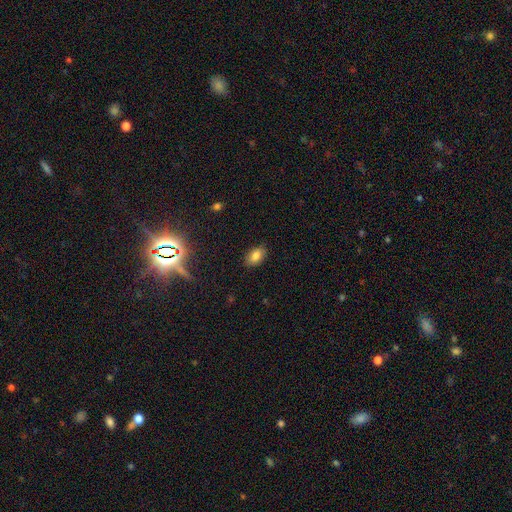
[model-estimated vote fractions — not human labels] Smooth or featured: smooth — 81% (star or artifact — 10%)
How rounded: in between — 90% (round — 8%)
Merging: none — 87% (minor disturbance — 9%)